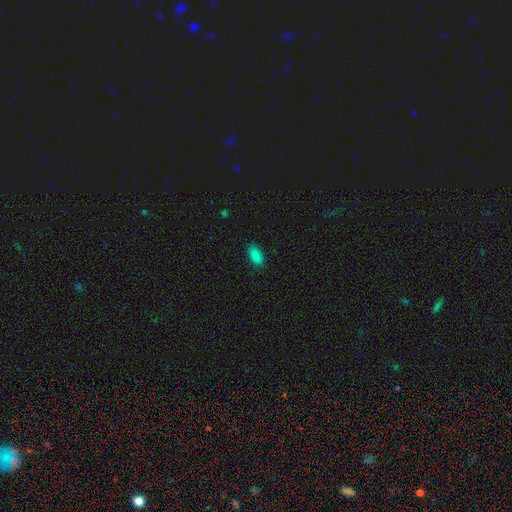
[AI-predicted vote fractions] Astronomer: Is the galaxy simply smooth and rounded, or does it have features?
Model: smooth — 87%.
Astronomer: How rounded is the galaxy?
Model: in between — 89%.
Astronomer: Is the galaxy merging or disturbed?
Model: none — 84%.